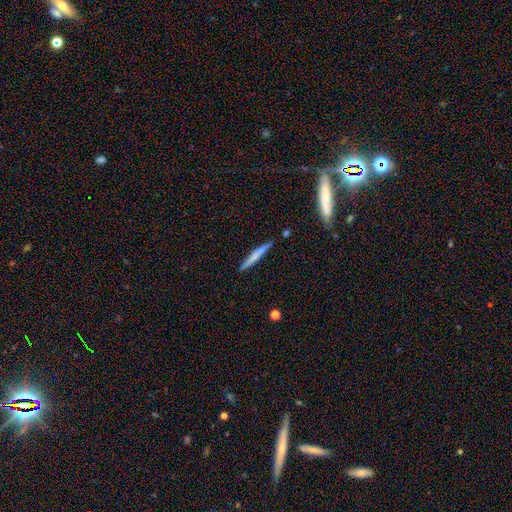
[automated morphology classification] Smooth or featured: smooth — 52% (featured or disk — 42%)
How rounded: cigar-shaped — 95% (in between — 3%)
Merging: none — 86% (minor disturbance — 10%)